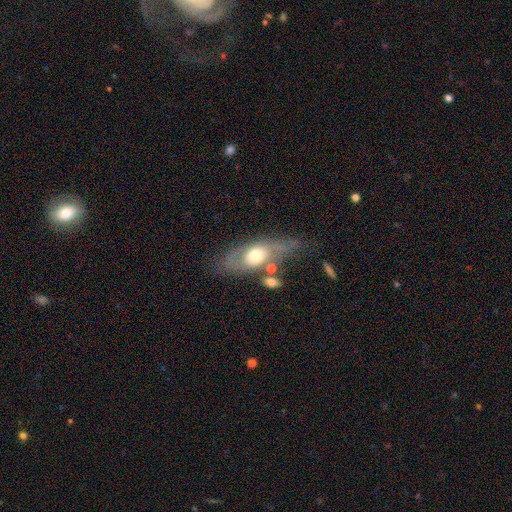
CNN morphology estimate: smooth-or-featured: featured or disk: 51% | smooth: 41% | star or artifact: 7%
  disk-edge-on: no: 69% | yes: 31%
  merging: none: 50% | minor disturbance: 22% | major disturbance: 15% | merger: 14%